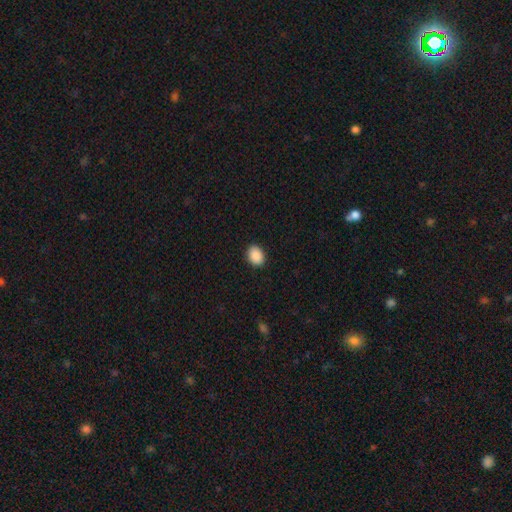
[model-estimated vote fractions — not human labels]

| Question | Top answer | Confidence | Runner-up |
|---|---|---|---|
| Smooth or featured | smooth | 90% | star or artifact (8%) |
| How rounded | in between | 59% | round (40%) |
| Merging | none | 90% | minor disturbance (7%) |